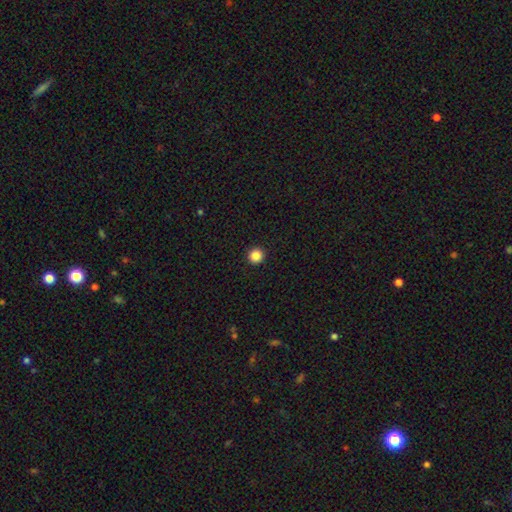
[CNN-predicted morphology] type=smooth (86%); roundness=round (96%); merging=none (94%).